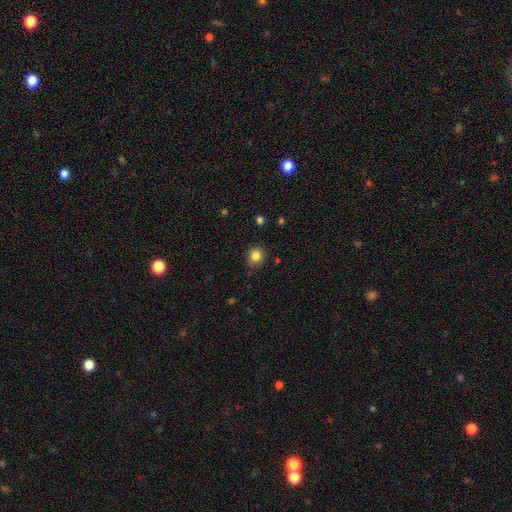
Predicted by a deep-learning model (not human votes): Smooth or featured?
  - smooth: 83% *
  - star or artifact: 11%
  - featured or disk: 5%
How rounded?
  - round: 87% *
  - in between: 12%
  - cigar-shaped: 1%
Merging?
  - none: 80% *
  - minor disturbance: 15%
  - major disturbance: 3%
  - merger: 2%